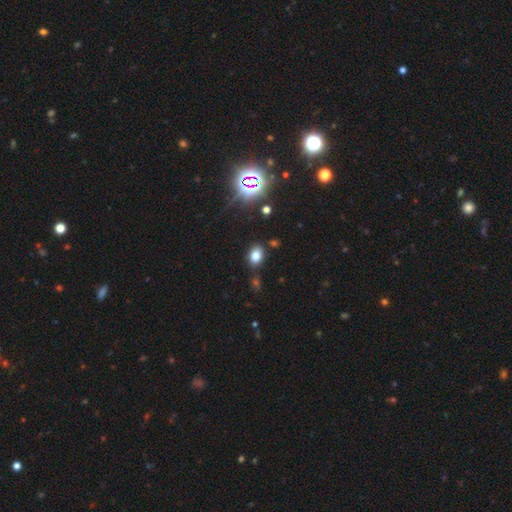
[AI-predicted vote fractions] smooth_or_featured: smooth (p=0.76) [alt: star or artifact p=0.17]
how_rounded: in between (p=0.75) [alt: round p=0.24]
merging: none (p=0.80) [alt: minor disturbance p=0.12]